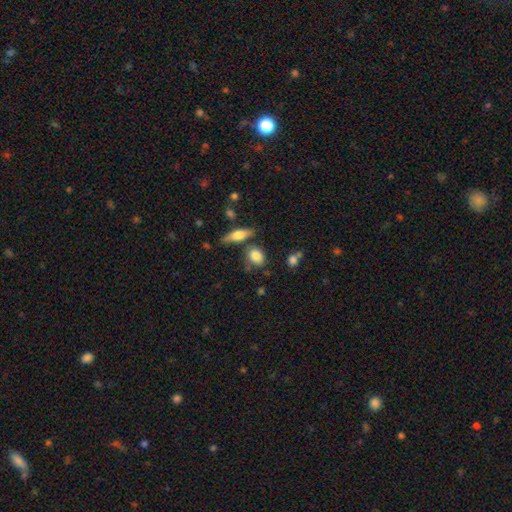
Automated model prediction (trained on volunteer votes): Smooth or featured? smooth (81%)
How rounded? in between (65%)
Merging? none (66%)